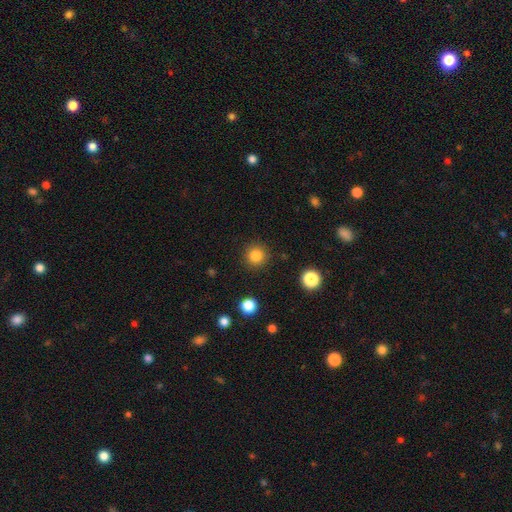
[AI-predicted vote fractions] This appears to be a smooth galaxy with no disk features (83%) that is round (95%). Merging: none (90%).